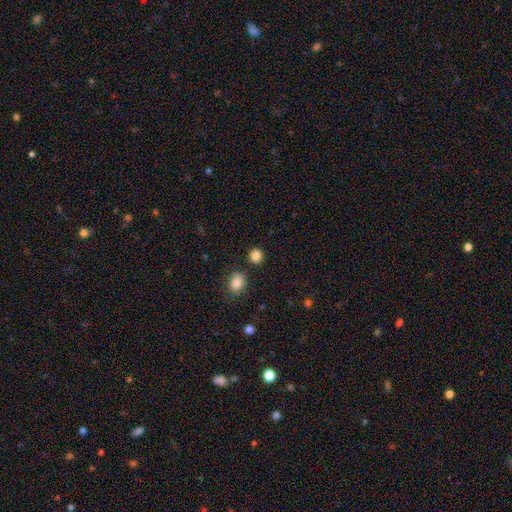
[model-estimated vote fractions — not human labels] A smooth galaxy with no disk features (85%) that is round (85%).

Vote fractions:
- Smooth or featured? smooth: 85% / star or artifact: 11% / featured or disk: 4%
- How rounded? round: 85% / in between: 14% / cigar-shaped: 1%
- Merging? none: 86% / minor disturbance: 7% / merger: 5% / major disturbance: 2%